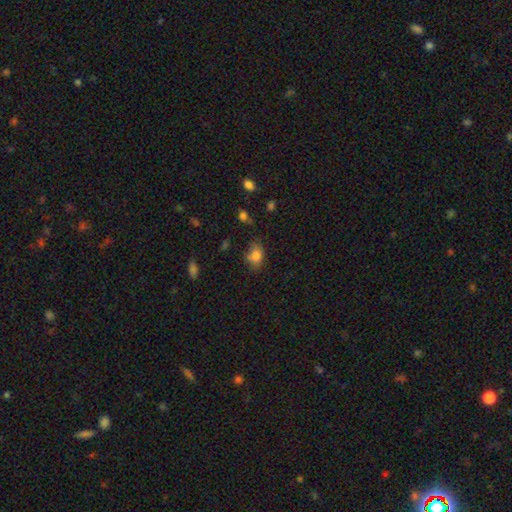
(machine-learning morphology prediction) Smooth or featured: smooth — 80% (star or artifact — 11%)
How rounded: in between — 73% (round — 25%)
Merging: none — 62% (minor disturbance — 26%)